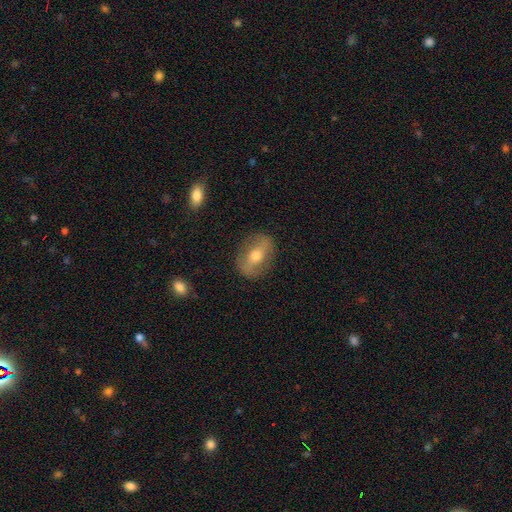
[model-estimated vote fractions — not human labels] Smooth or featured? Predicted: featured or disk (p=0.53). Edge-on disk? Predicted: no (p=0.81). Merging? Predicted: none (p=0.82).